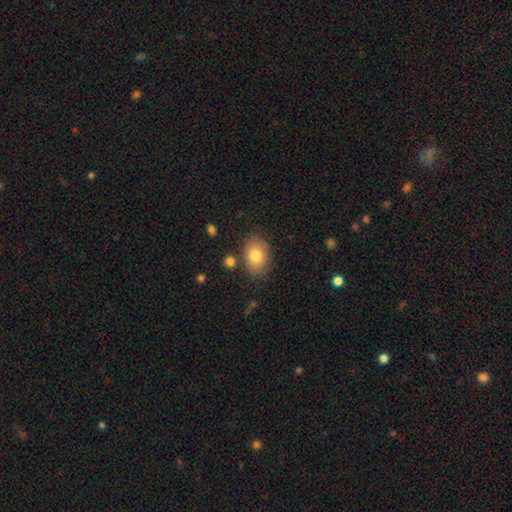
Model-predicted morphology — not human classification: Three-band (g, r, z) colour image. It shows a smooth galaxy with no disk features (78%) that is in between round and cigar-shaped (78%). Merging: none (80%).